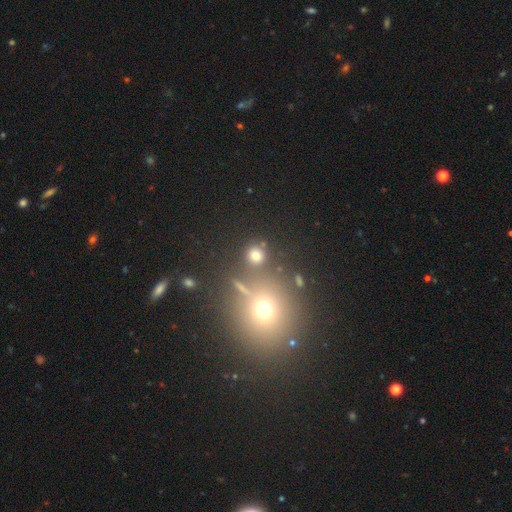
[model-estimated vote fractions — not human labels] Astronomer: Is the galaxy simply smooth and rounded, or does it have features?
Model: smooth — 70%.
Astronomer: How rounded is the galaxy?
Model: round — 88%.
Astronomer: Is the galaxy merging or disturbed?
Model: none — 78%.